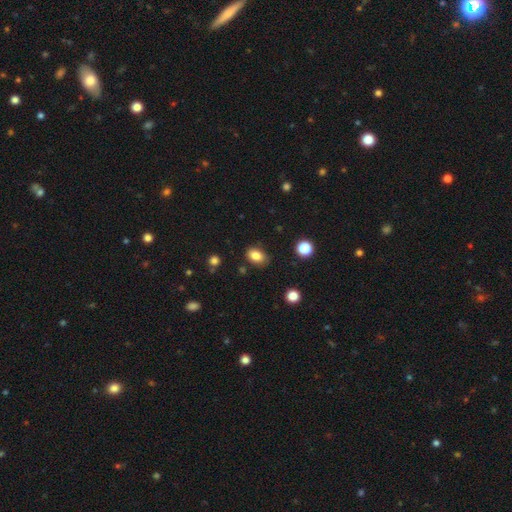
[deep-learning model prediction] This appears to be a smooth galaxy with no disk features (84%) that is in between round and cigar-shaped (77%). Merging: none (81%).